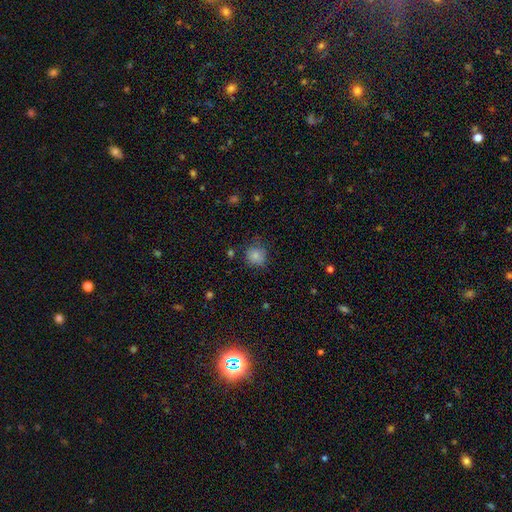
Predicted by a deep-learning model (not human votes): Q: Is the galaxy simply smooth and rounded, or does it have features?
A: smooth — 83%.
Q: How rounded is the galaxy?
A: round — 86%.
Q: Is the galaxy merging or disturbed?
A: none — 74%.